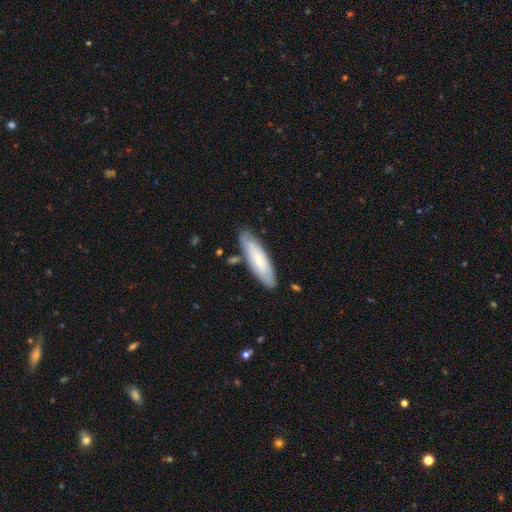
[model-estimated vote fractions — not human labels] A smooth galaxy with no disk features (68%) that is cigar-shaped (67%).

Vote fractions:
- Smooth or featured? smooth: 68% / featured or disk: 25% / star or artifact: 7%
- How rounded? cigar-shaped: 67% / in between: 32% / round: 1%
- Merging? none: 83% / minor disturbance: 12% / merger: 2% / major disturbance: 2%